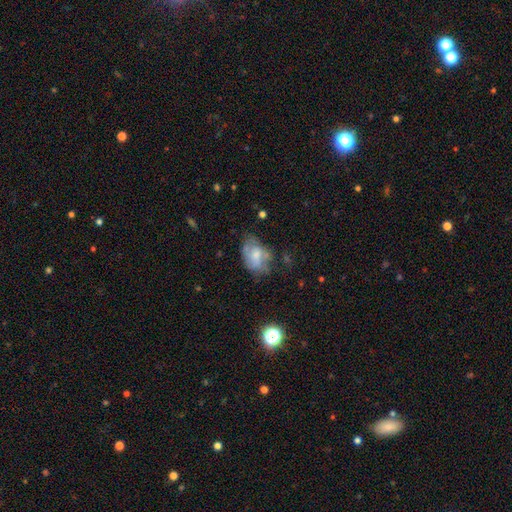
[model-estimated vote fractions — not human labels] smooth-or-featured: smooth: 53% | featured or disk: 37% | star or artifact: 9%
  how-rounded: in between: 80% | round: 19% | cigar-shaped: 1%
  merging: none: 39% | minor disturbance: 32% | major disturbance: 24% | merger: 5%